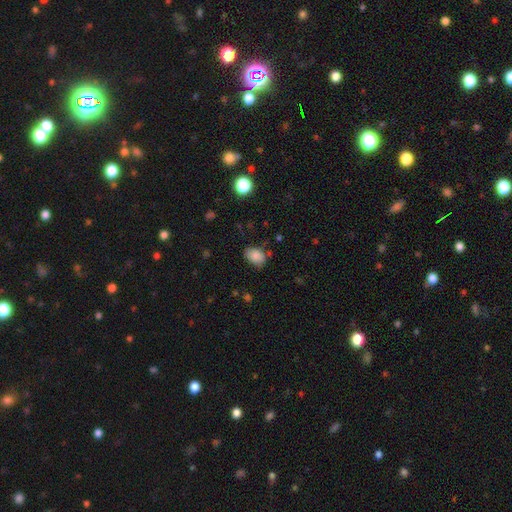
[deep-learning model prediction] This is clearly a smooth galaxy (84%). How rounded: likely in between (74%). Merging: likely none (65%).